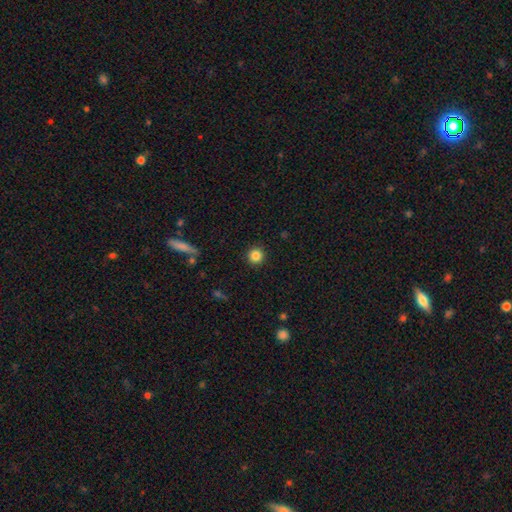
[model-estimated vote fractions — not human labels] Morphology: type=smooth (85%); roundness=round (95%); merging=none (92%).